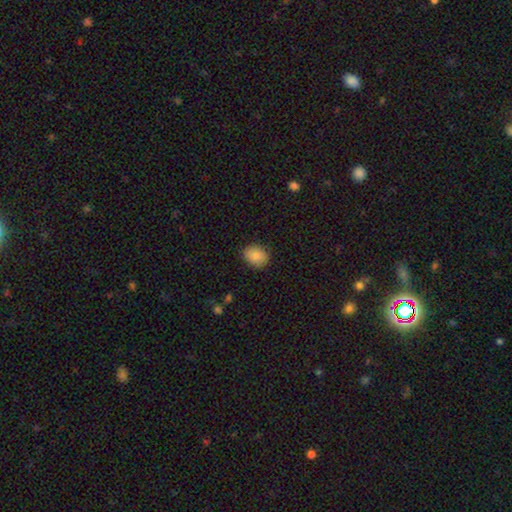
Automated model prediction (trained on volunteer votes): This appears to be a smooth galaxy with no disk features (87%) that is in between round and cigar-shaped (52%). Merging: none (86%).